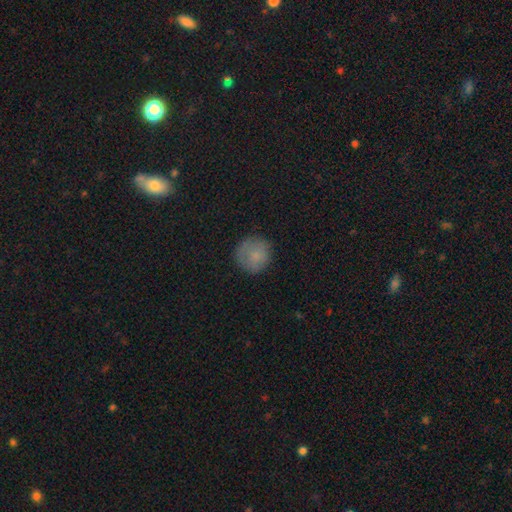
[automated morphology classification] Smooth or featured?
  - smooth: 81% *
  - featured or disk: 10%
  - star or artifact: 9%
How rounded?
  - round: 93% *
  - in between: 6%
  - cigar-shaped: 1%
Merging?
  - none: 80% *
  - minor disturbance: 14%
  - major disturbance: 4%
  - merger: 1%